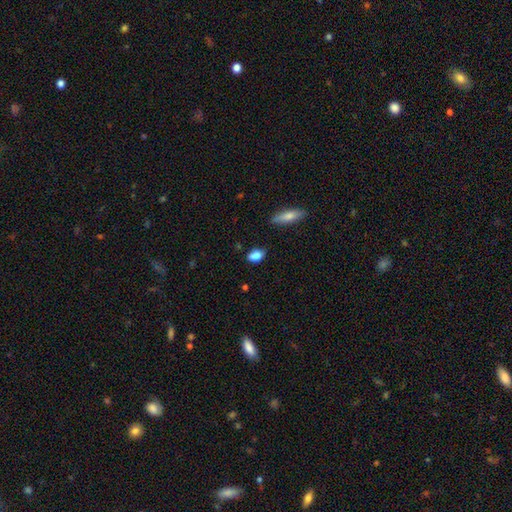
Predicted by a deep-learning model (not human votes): This is clearly a smooth galaxy (84%). How rounded: clearly in between (85%). Merging: likely none (69%).